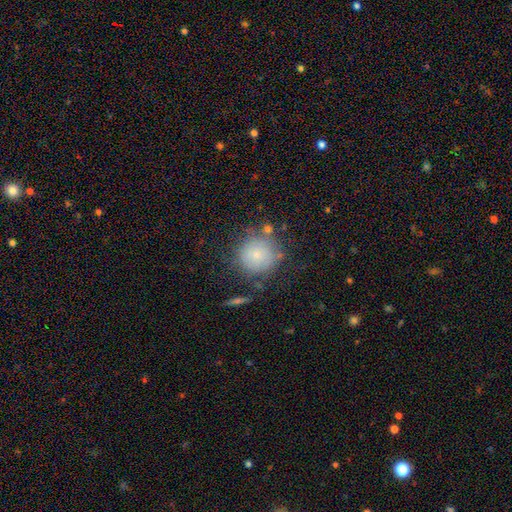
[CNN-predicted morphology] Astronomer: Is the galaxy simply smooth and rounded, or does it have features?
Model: smooth — 74%.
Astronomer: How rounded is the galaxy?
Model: round — 91%.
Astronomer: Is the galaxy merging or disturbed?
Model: none — 67%.